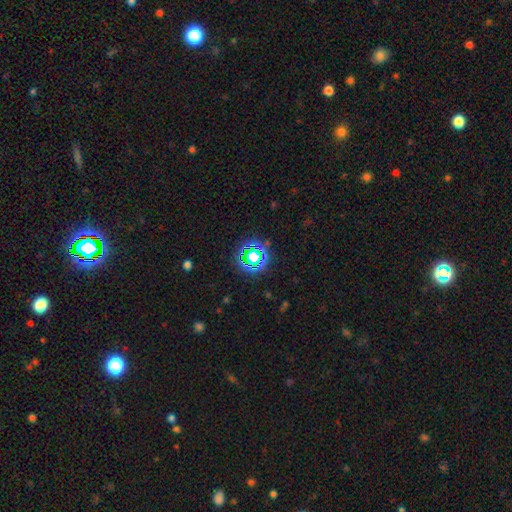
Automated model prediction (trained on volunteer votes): smooth_or_featured: star or artifact (p=0.68) [alt: smooth p=0.21]